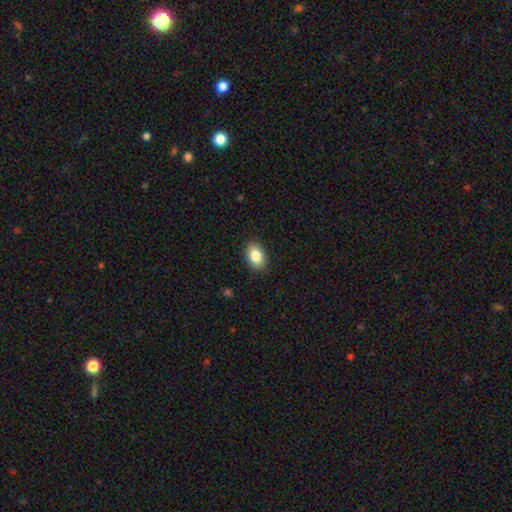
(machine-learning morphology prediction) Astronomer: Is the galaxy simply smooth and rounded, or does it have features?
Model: smooth — 84%.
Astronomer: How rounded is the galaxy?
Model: in between — 85%.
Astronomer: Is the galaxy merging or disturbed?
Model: none — 87%.